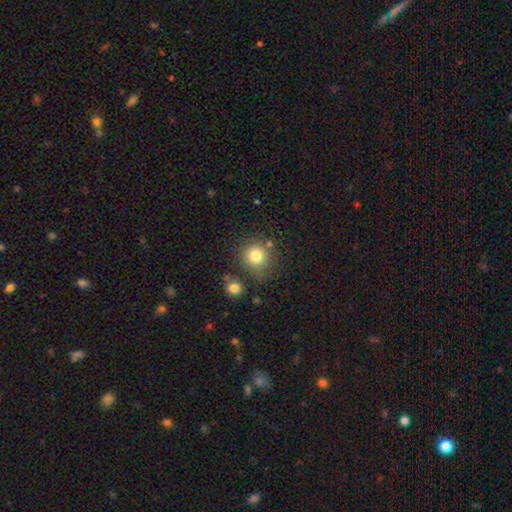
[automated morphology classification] Overall: smooth (80%). How rounded: round (91%). Merging: none (73%).